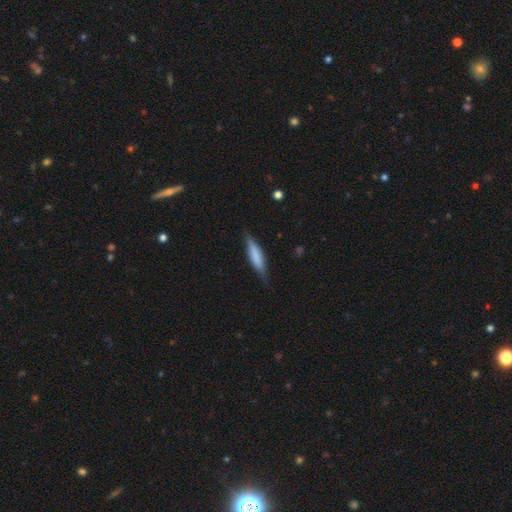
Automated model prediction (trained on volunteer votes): Overall: smooth (69%). How rounded: cigar-shaped (76%). Merging: none (78%).